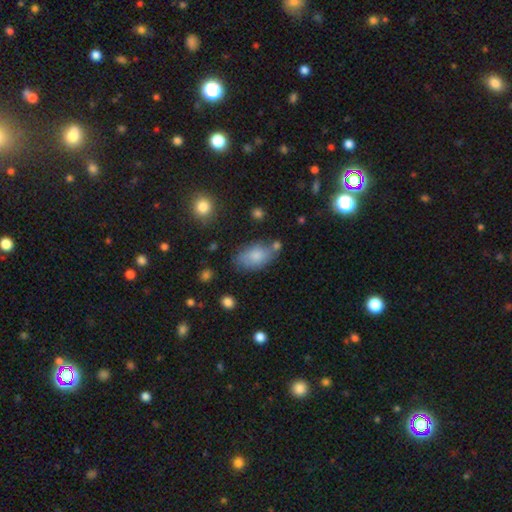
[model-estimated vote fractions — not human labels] smooth 77%, featured or disk 15%, star or artifact 8%. Down the decision tree: how rounded — in between (91%); merging — none (61%).